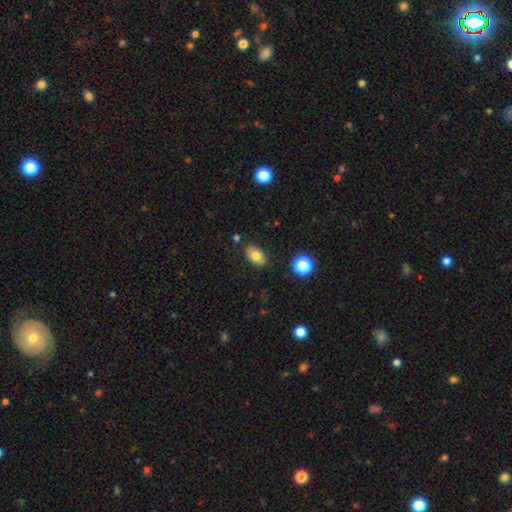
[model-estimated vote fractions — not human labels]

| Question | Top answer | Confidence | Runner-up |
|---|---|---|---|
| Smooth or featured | smooth | 77% | featured or disk (14%) |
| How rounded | in between | 87% | round (12%) |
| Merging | none | 84% | minor disturbance (11%) |